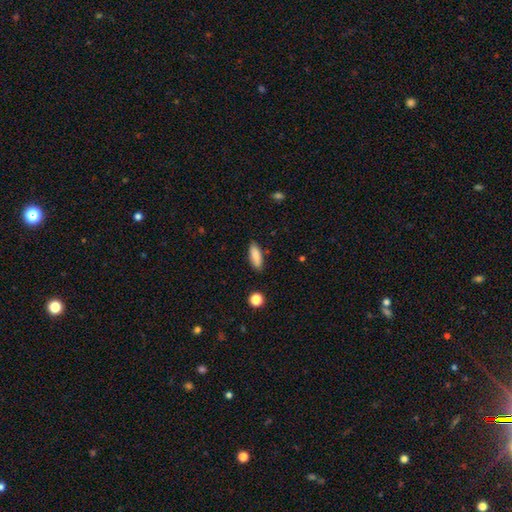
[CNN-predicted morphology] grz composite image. It shows a smooth galaxy with no disk features (87%) that is in between round and cigar-shaped (65%). Merging: none (84%).